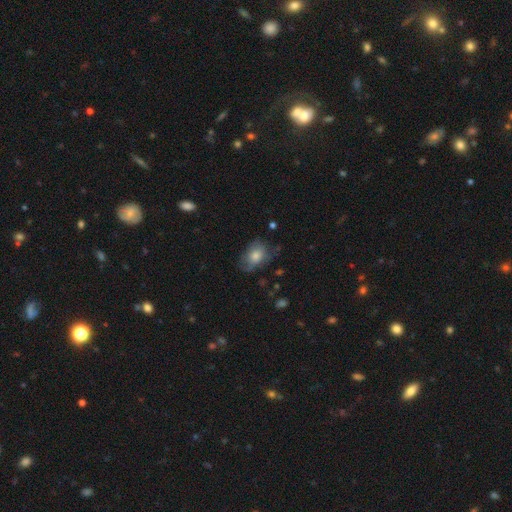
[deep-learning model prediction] smooth 70%, featured or disk 22%, star or artifact 8%. Down the decision tree: how rounded — in between (74%); merging — none (54%).